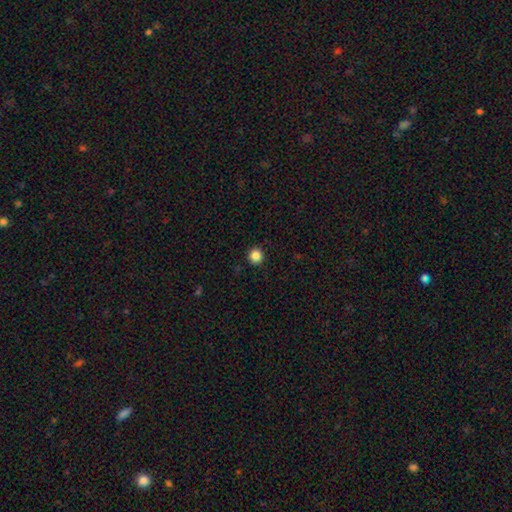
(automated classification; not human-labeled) A smooth galaxy with no disk features (85%) that is round (93%).

Vote fractions:
- Smooth or featured? smooth: 85% / star or artifact: 11% / featured or disk: 4%
- How rounded? round: 93% / in between: 6% / cigar-shaped: 1%
- Merging? none: 92% / minor disturbance: 5% / major disturbance: 2% / merger: 1%